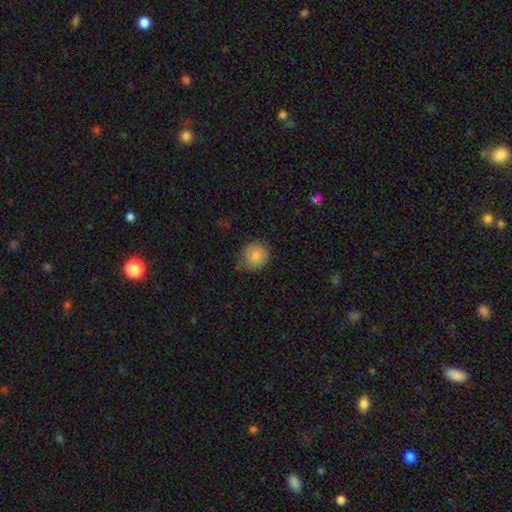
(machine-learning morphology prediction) A smooth galaxy with no disk features (84%) that is round (89%). Merging: none (70%).